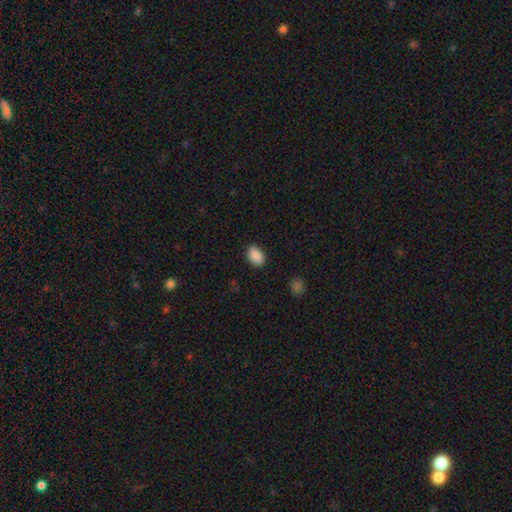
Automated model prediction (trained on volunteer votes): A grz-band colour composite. It shows a smooth galaxy with no disk features (89%) that is in between round and cigar-shaped (85%). Merging: none (84%).